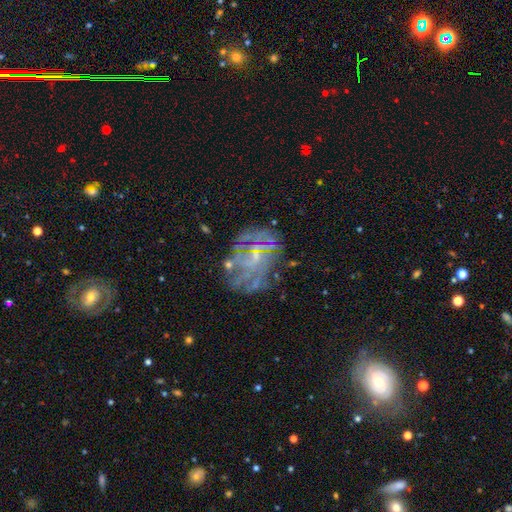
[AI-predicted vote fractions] Overall: featured or disk (68%). Edge-on disk: no (97%). Bar: no (72%). Spiral arms: yes (60%; no 40%). Bulge size: small (67%). Merging: none (64%).